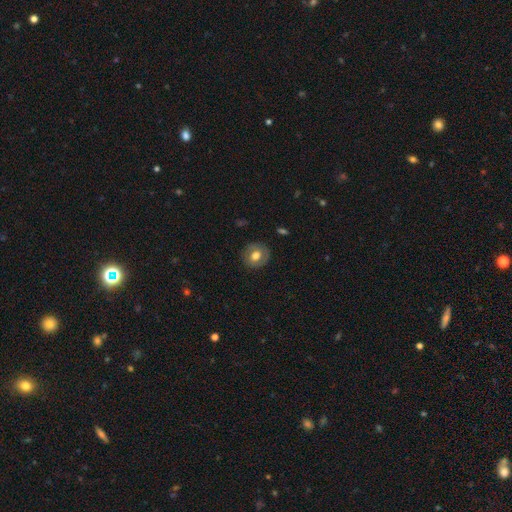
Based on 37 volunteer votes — Smooth or featured: smooth — 57% (featured or disk — 38%)
How rounded: round — 67% (in between — 33%)
Merging: none — 94% (minor disturbance — 3%)